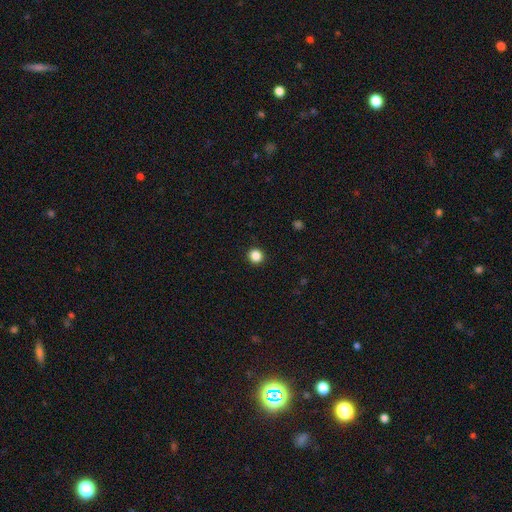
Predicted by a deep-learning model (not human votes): Smooth or featured: smooth — 86% (star or artifact — 11%)
How rounded: round — 93% (in between — 6%)
Merging: none — 93% (minor disturbance — 4%)